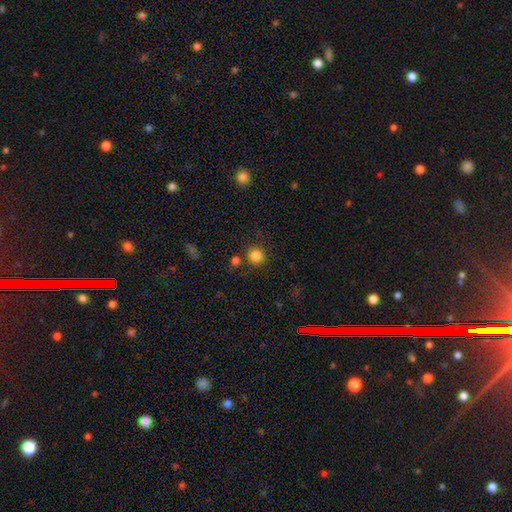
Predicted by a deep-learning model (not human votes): The model was most divided on "smooth or featured": smooth: 83%, star or artifact: 13%, featured or disk: 4%. More confident: how rounded — round (94%); merging — none (80%).